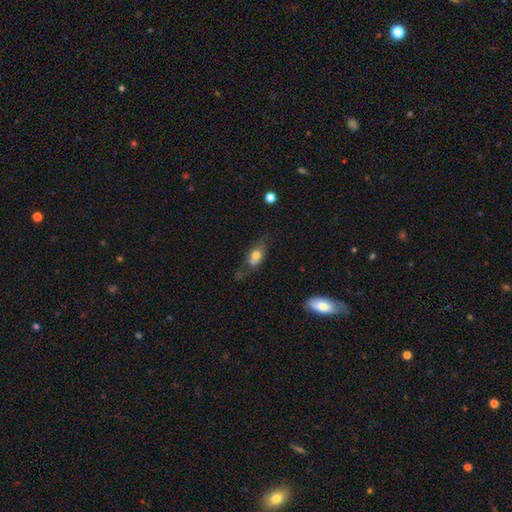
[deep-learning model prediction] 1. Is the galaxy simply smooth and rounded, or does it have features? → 66% smooth, 25% featured or disk, 9% star or artifact.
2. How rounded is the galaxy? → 77% in between, 12% round, 11% cigar-shaped.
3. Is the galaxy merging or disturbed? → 40% none, 26% merger, 22% minor disturbance, 12% major disturbance.